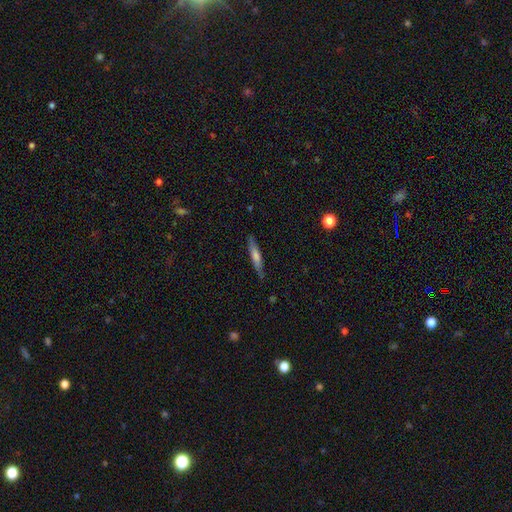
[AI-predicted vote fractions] A smooth galaxy with no disk features (57%) that is cigar-shaped (91%).

Vote fractions:
- Smooth or featured? smooth: 57% / featured or disk: 37% / star or artifact: 6%
- How rounded? cigar-shaped: 91% / in between: 8% / round: 2%
- Merging? none: 85% / minor disturbance: 12% / major disturbance: 2% / merger: 1%